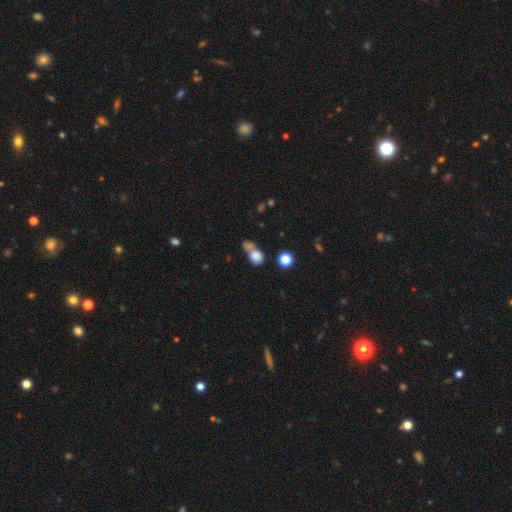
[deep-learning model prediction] This is likely a smooth galaxy (79%). How rounded: possibly round (57%). Merging: possibly merger (46%).